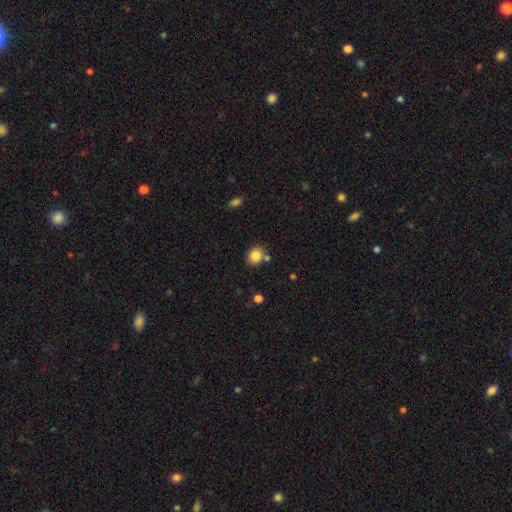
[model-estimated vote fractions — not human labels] smooth 84%, star or artifact 10%, featured or disk 6%. Down the decision tree: how rounded — round (63%); merging — none (74%).